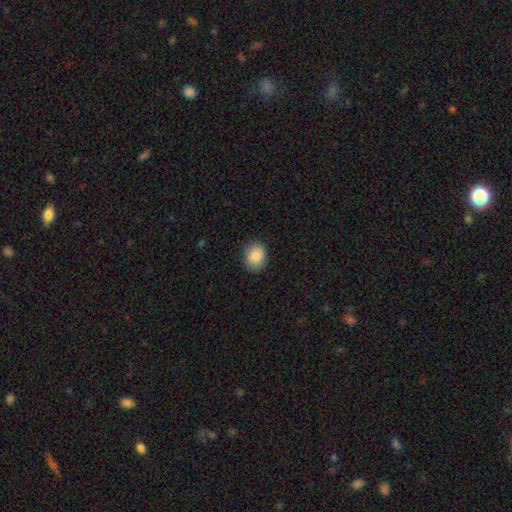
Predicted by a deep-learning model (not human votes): A smooth galaxy with no disk features (88%) that is in between round and cigar-shaped (51%). Merging: none (84%).